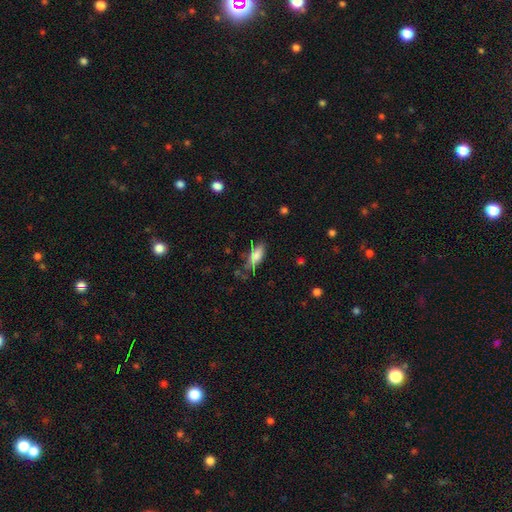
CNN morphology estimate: smooth-or-featured: smooth: 75% | featured or disk: 16% | star or artifact: 9%
  how-rounded: in between: 73% | cigar-shaped: 24% | round: 3%
  merging: none: 56% | minor disturbance: 28% | major disturbance: 11% | merger: 5%